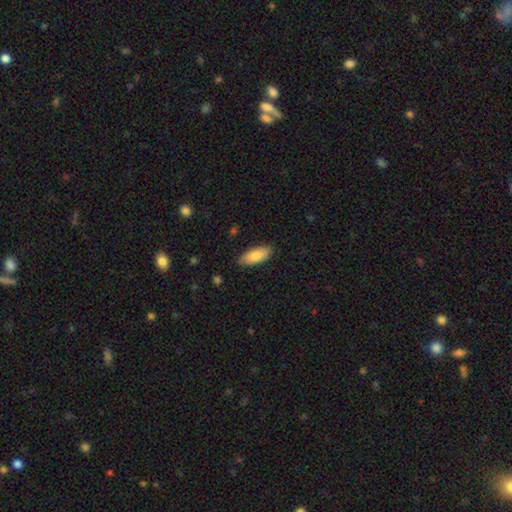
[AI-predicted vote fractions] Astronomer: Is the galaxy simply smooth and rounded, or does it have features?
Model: smooth — 86%.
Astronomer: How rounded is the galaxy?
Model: in between — 82%.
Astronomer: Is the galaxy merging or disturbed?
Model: none — 86%.